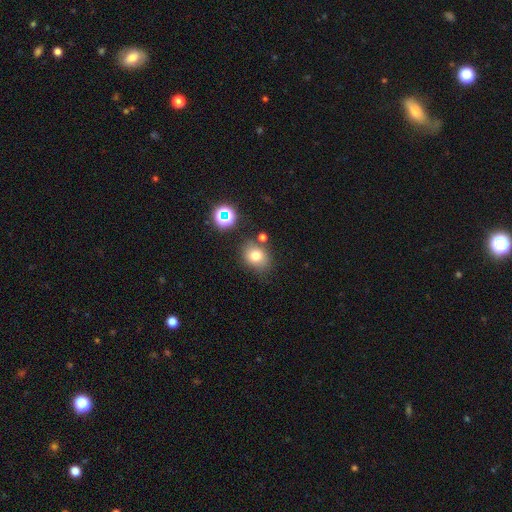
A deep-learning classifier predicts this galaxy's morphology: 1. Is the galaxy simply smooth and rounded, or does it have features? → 74% smooth, 16% star or artifact, 11% featured or disk.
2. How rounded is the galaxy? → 56% round, 43% in between, 1% cigar-shaped.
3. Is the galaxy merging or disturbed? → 73% none, 14% minor disturbance, 8% merger, 4% major disturbance.